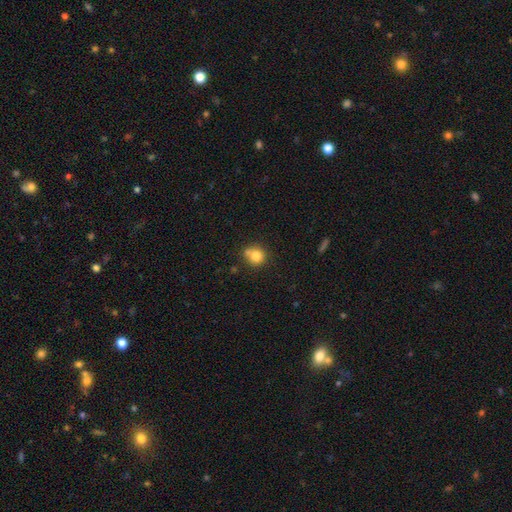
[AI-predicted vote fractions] Smooth or featured? Predicted: smooth (p=0.81). How rounded? Predicted: round (p=0.86). Merging? Predicted: none (p=0.61).